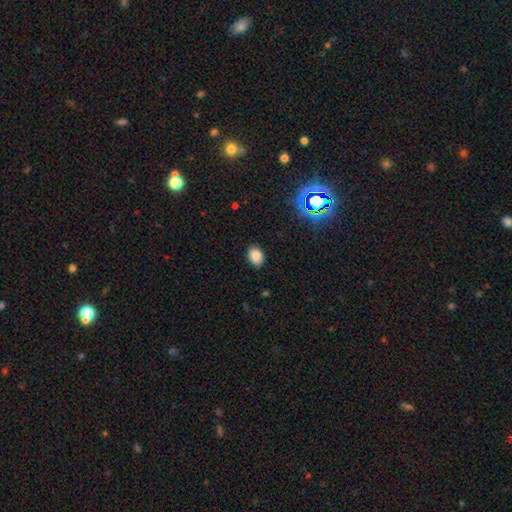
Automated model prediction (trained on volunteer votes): Morphology: type=smooth (84%); roundness=in between (76%); merging=none (84%).